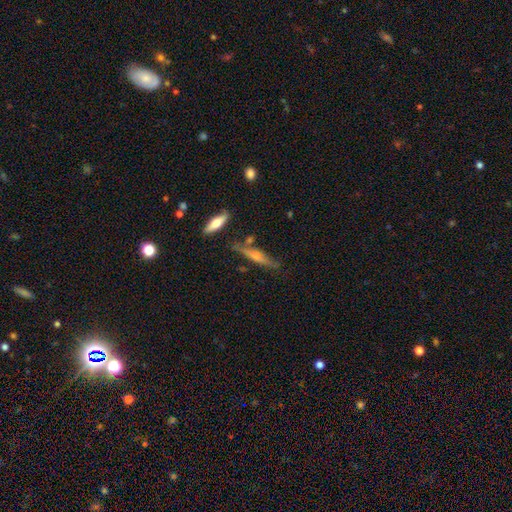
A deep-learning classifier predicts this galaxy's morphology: type=featured or disk (55%); edge-on=yes (93%); edge-on bulge=rounded (72%); merging=none (69%).